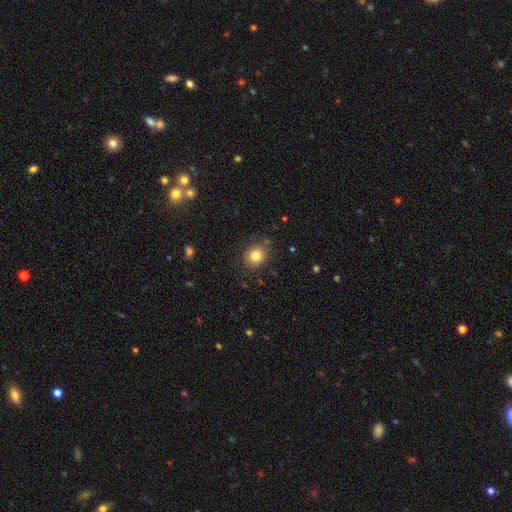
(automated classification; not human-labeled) Smooth or featured: smooth — 81% (star or artifact — 11%)
How rounded: round — 72% (in between — 27%)
Merging: none — 85% (minor disturbance — 10%)